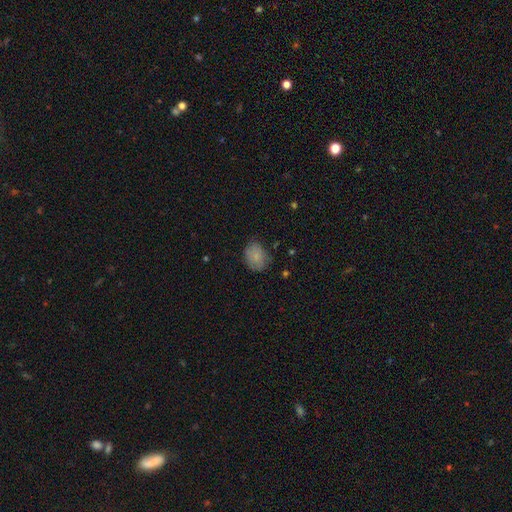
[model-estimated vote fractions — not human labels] Smooth or featured? Predicted: smooth (p=0.79). How rounded? Predicted: in between (p=0.56). Merging? Predicted: none (p=0.69).